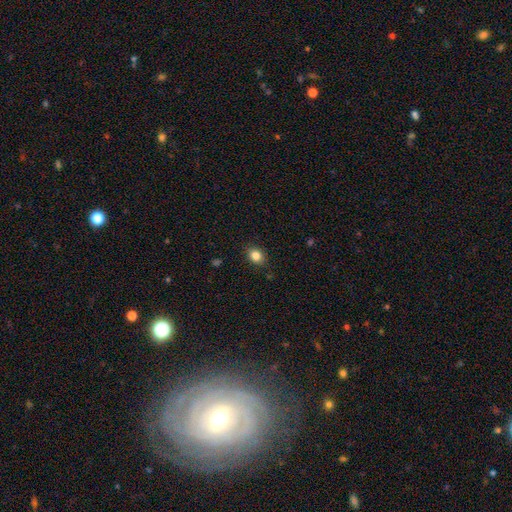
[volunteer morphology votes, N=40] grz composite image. It shows a smooth galaxy with no disk features (90%) that is in between round and cigar-shaped (58%). Merging: none (69%).